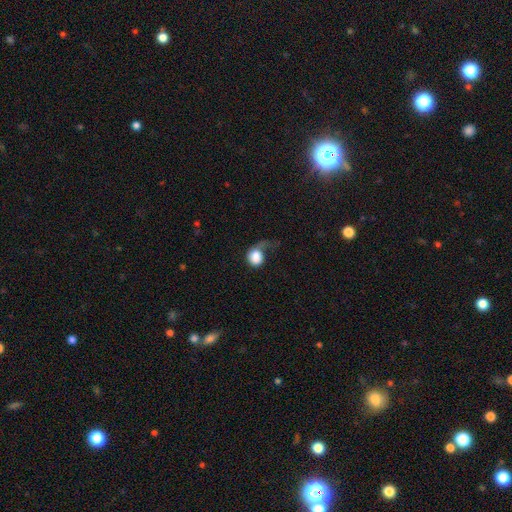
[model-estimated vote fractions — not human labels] Smooth or featured? smooth (77%)
How rounded? round (71%)
Merging? major disturbance (52%)